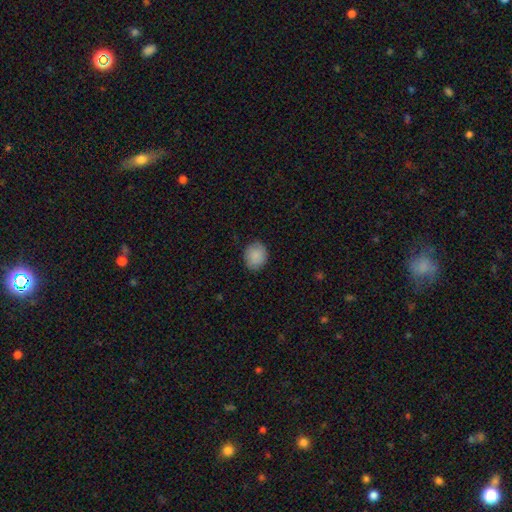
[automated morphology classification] smooth-or-featured: smooth: 88% | star or artifact: 7% | featured or disk: 5%
  how-rounded: round: 65% | in between: 34% | cigar-shaped: 1%
  merging: none: 86% | minor disturbance: 11% | major disturbance: 2% | merger: 1%